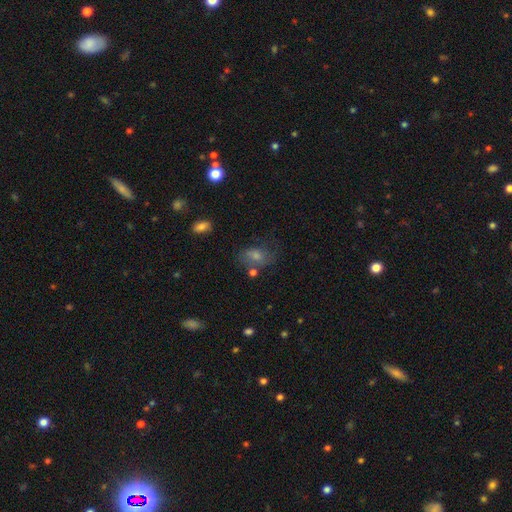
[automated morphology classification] smooth_or_featured: smooth (p=0.62) [alt: featured or disk p=0.26]
how_rounded: in between (p=0.74) [alt: round p=0.24]
merging: none (p=0.49) [alt: minor disturbance p=0.25]